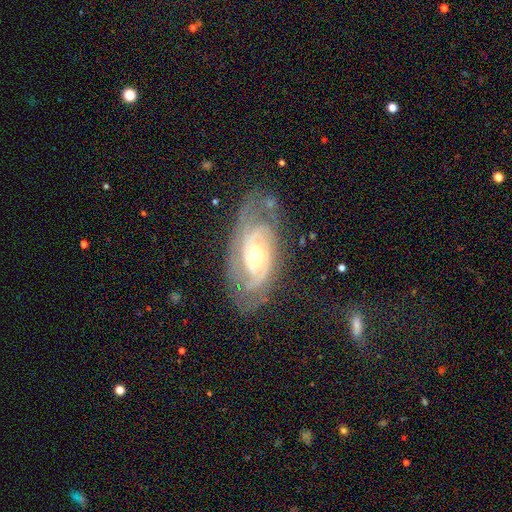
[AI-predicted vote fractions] smooth_or_featured: featured or disk (p=0.88) [alt: smooth p=0.07]
disk_edge_on: no (p=0.95) [alt: yes p=0.05]
bar: no (p=0.68) [alt: weak p=0.24]
has_spiral_arms: yes (p=0.96) [alt: no p=0.04]
spiral_winding: tight (p=0.68) [alt: medium p=0.27]
spiral_arm_count: 2 (p=0.50) [alt: can't tell p=0.20]
bulge_size: moderate (p=0.53) [alt: small p=0.42]
merging: none (p=0.71) [alt: minor disturbance p=0.19]